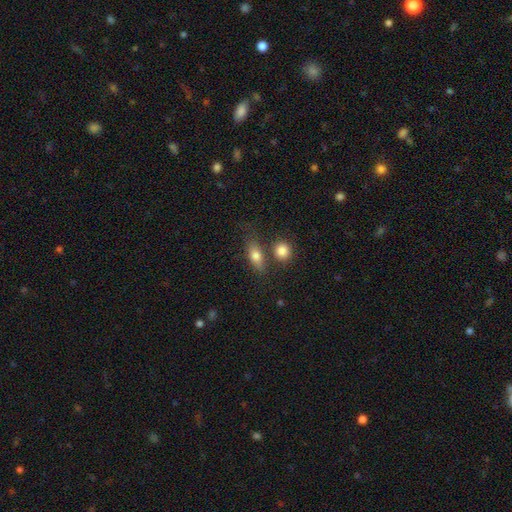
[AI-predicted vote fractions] This is likely a smooth galaxy (77%). How rounded: likely in between (71%). Merging: likely none (61%).